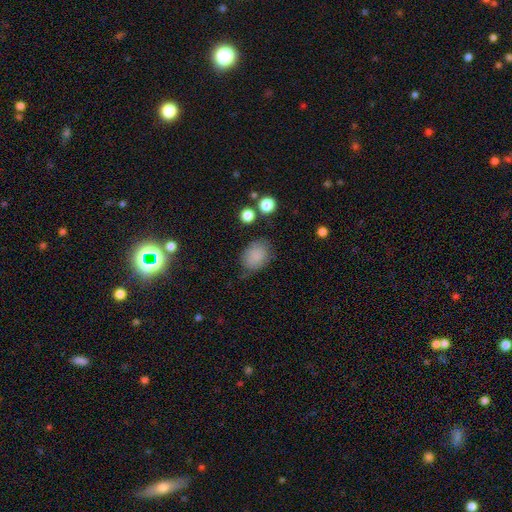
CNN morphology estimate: The model was most divided on "how rounded": in between: 69%, round: 30%, cigar-shaped: 1%. More confident: smooth or featured — smooth (85%); merging — none (70%).